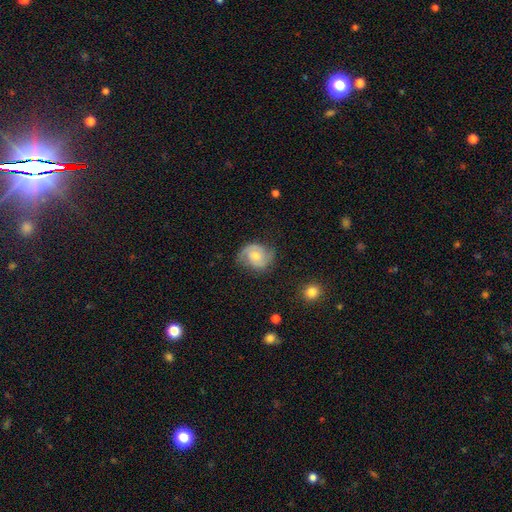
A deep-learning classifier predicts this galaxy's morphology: smooth-or-featured: featured or disk: 67% | smooth: 26% | star or artifact: 7%
  disk-edge-on: no: 97% | yes: 3%
    bar: no: 61% | weak: 33% | strong: 6%
    has-spiral-arms: yes: 92% | no: 8%
      spiral-winding: medium: 46% | tight: 35% | loose: 18%
      spiral-arm-count: 2: 85% | can't tell: 8% | 1: 3% | 3: 2% | 4: 1% | more than 4: 1%
    bulge-size: moderate: 50% | small: 40% | large: 4% | none: 4% | dominant: 1%
  merging: none: 69% | minor disturbance: 22% | major disturbance: 8% | merger: 1%